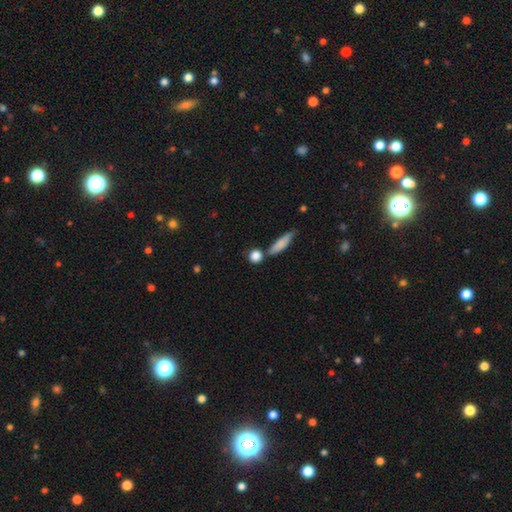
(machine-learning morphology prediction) Smooth or featured? smooth (85%)
How rounded? round (77%)
Merging? none (70%)